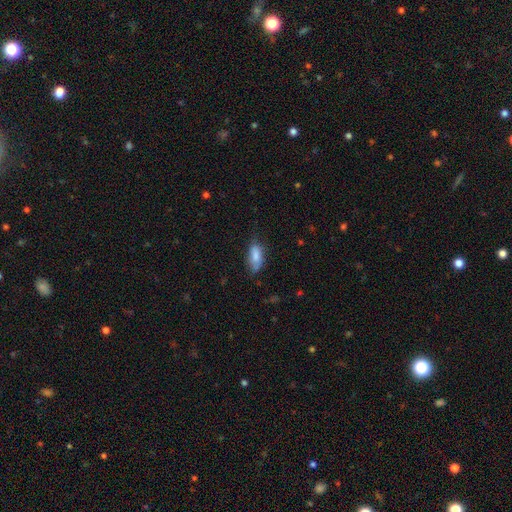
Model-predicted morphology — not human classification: Overall: smooth (78%). How rounded: in between (85%). Merging: none (56%; minor disturbance 32%).